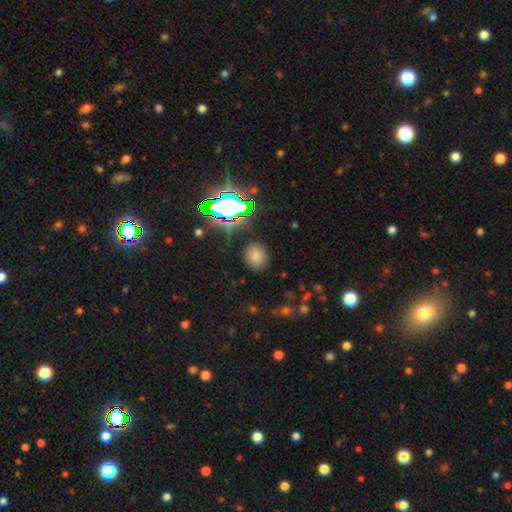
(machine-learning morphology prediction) A smooth galaxy with no disk features (70%) that is round (57%). Merging: none (84%).